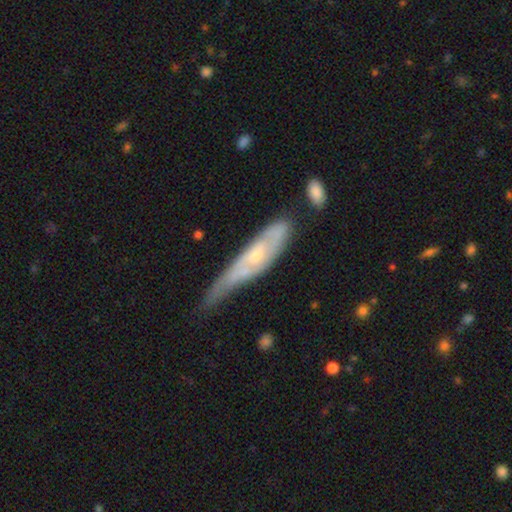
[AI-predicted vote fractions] Smooth or featured?
  - featured or disk: 62% *
  - smooth: 33%
  - star or artifact: 5%
Edge-on disk?
  - no: 62% *
  - yes: 38%
Merging?
  - minor disturbance: 39% * (tied)
  - none: 39% * (tied)
  - major disturbance: 16%
  - merger: 7%